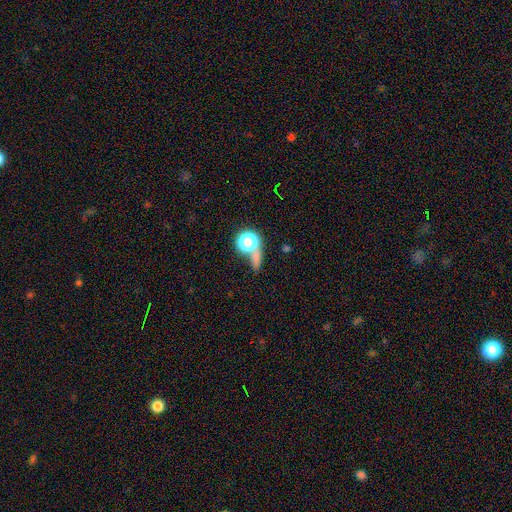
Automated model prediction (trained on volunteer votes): A smooth galaxy with no disk features (56%) that is round (54%). Merging: none (52%).